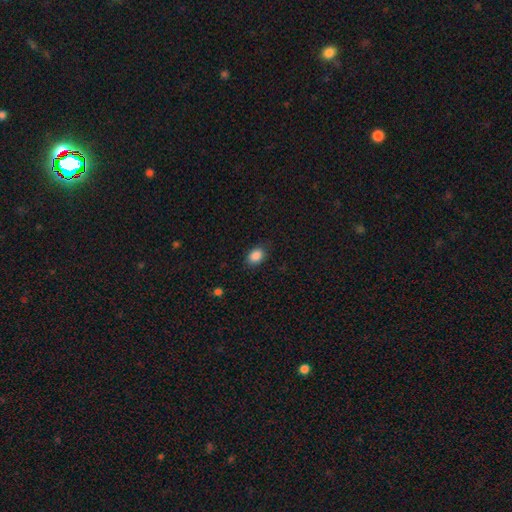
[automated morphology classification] The model was most divided on "how rounded": in between: 74%, round: 25%, cigar-shaped: 1%. More confident: smooth or featured — smooth (87%); merging — none (84%).